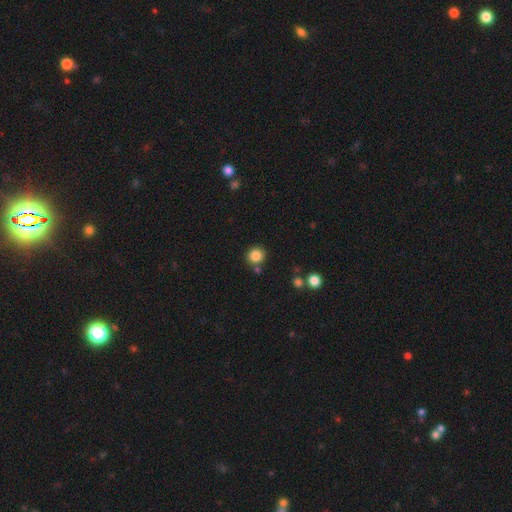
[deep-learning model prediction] This appears to be a smooth galaxy with no disk features (85%) that is round (90%). Merging: none (80%).